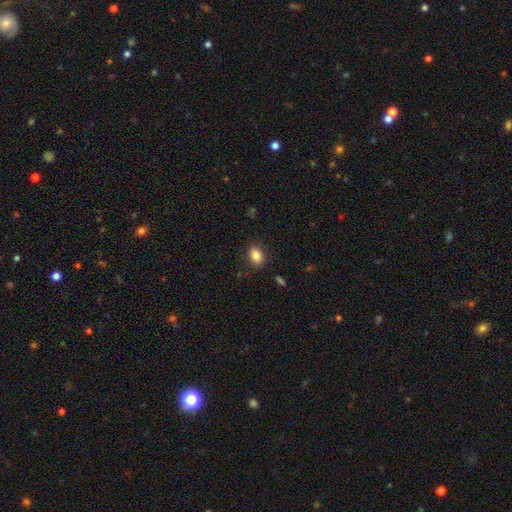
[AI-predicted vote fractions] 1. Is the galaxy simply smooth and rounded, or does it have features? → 85% smooth, 9% star or artifact, 6% featured or disk.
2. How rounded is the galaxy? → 69% in between, 30% round, 1% cigar-shaped.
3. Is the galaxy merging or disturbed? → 86% none, 10% minor disturbance, 3% major disturbance, 1% merger.